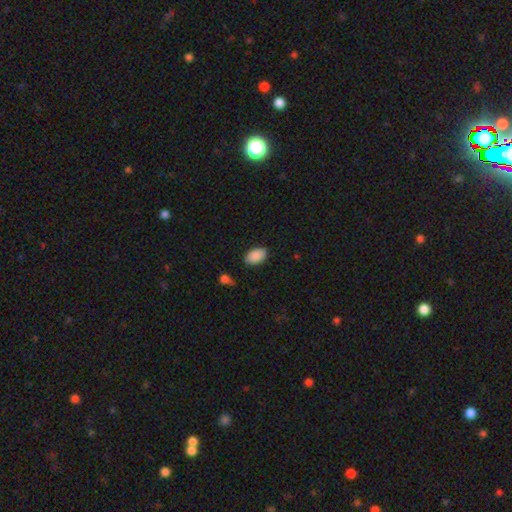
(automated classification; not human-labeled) smooth_or_featured: smooth (p=0.89) [alt: star or artifact p=0.07]
how_rounded: in between (p=0.92) [alt: round p=0.06]
merging: none (p=0.84) [alt: minor disturbance p=0.12]